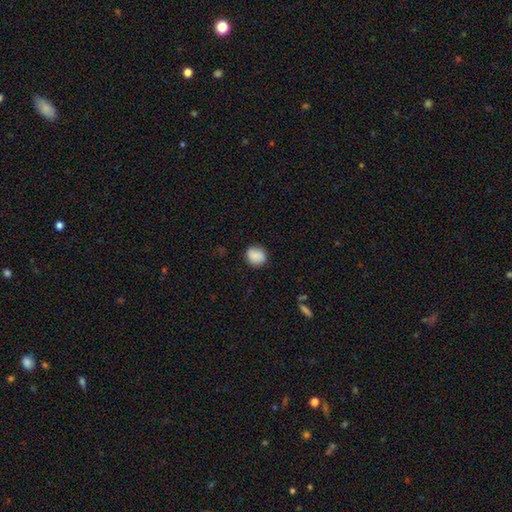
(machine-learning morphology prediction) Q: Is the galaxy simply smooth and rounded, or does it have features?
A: smooth — 82%.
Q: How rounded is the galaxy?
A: round — 80%.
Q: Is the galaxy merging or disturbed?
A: none — 83%.